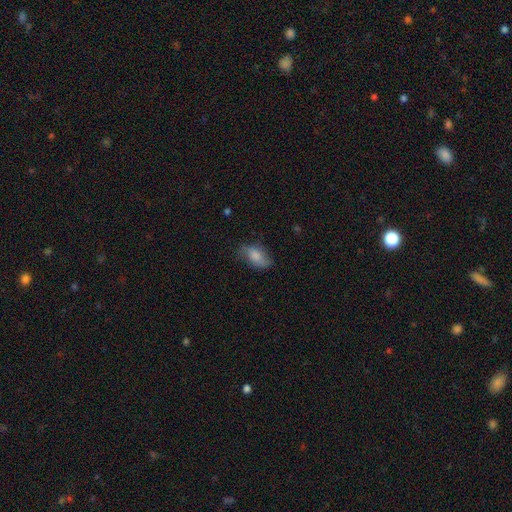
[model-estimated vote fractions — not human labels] A smooth galaxy with no disk features (77%) that is in between round and cigar-shaped (90%). Merging: none (62%).